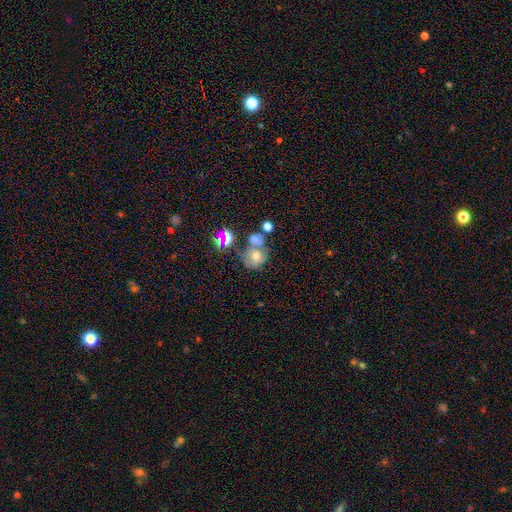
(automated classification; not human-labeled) This appears to be a smooth galaxy with no disk features (48%). Merging: none (41%).